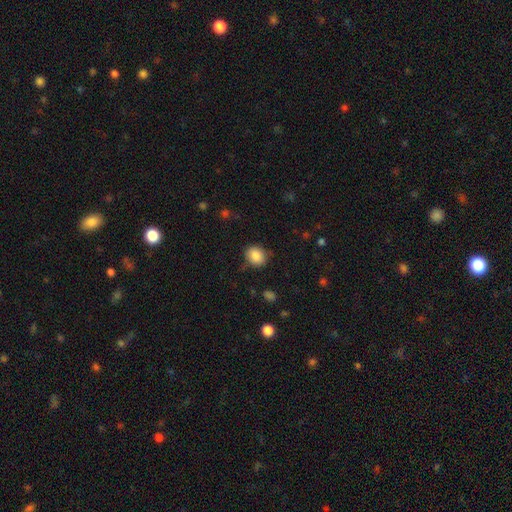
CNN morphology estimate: smooth-or-featured: smooth: 86% | star or artifact: 9% | featured or disk: 5%
  how-rounded: round: 63% | in between: 36% | cigar-shaped: 1%
  merging: none: 80% | minor disturbance: 14% | major disturbance: 4% | merger: 2%